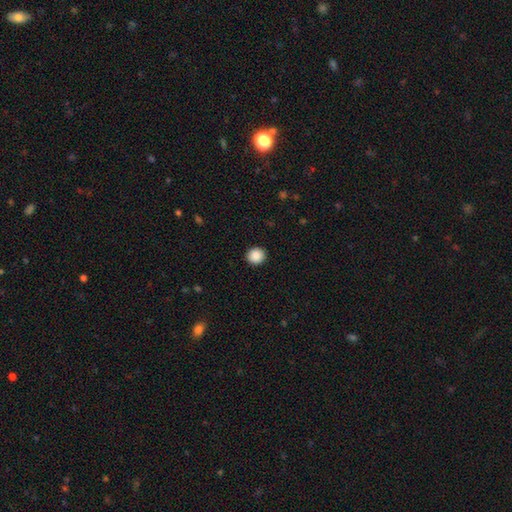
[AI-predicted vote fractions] Smooth or featured? Predicted: smooth (p=0.89). How rounded? Predicted: round (p=0.91). Merging? Predicted: none (p=0.92).